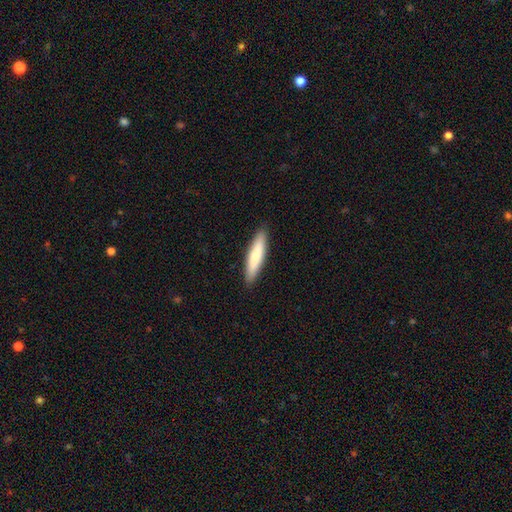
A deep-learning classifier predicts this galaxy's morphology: Smooth or featured?
  - smooth: 77% *
  - featured or disk: 18%
  - star or artifact: 5%
How rounded?
  - cigar-shaped: 83% *
  - in between: 16%
  - round: 1%
Merging?
  - none: 90% *
  - minor disturbance: 8%
  - major disturbance: 1%
  - merger: 1%